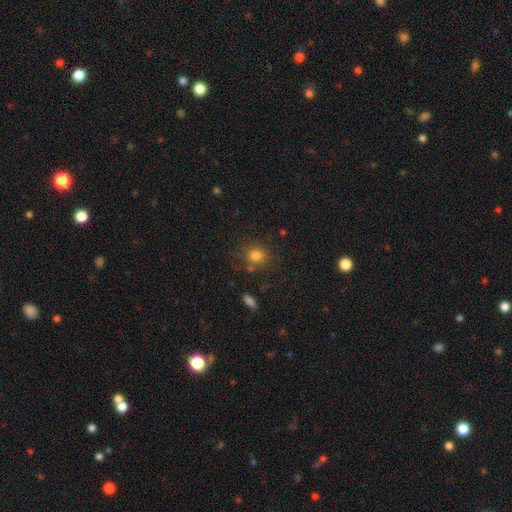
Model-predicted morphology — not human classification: type=smooth (79%); roundness=round (74%); merging=none (74%).